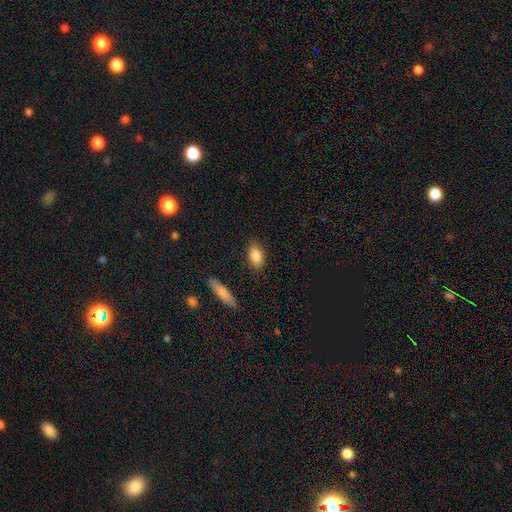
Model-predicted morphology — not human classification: The model was most divided on "merging": none: 84%, minor disturbance: 11%, major disturbance: 3%, merger: 2%. More confident: smooth or featured — smooth (86%); how rounded — in between (86%).